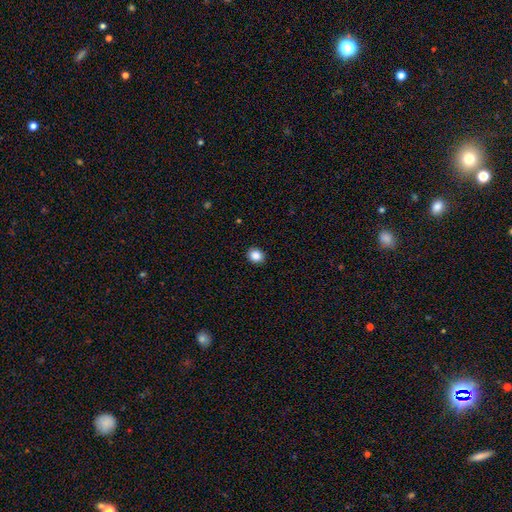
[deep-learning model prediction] This appears to be a smooth galaxy with no disk features (87%) that is round (71%). Merging: none (91%).